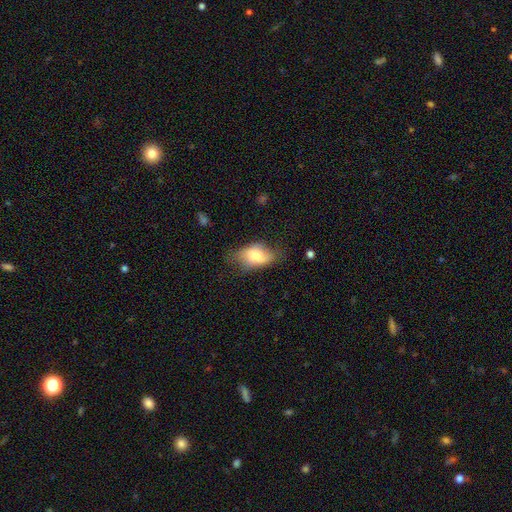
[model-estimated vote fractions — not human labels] This appears to be a smooth galaxy with no disk features (72%) that is in between round and cigar-shaped (90%). Merging: none (55%).